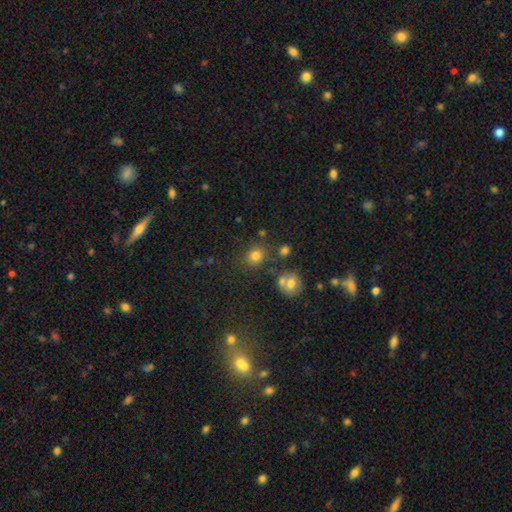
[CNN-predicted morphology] smooth_or_featured: smooth (p=0.77) [alt: star or artifact p=0.16]
how_rounded: round (p=0.68) [alt: in between p=0.31]
merging: none (p=0.77) [alt: minor disturbance p=0.11]